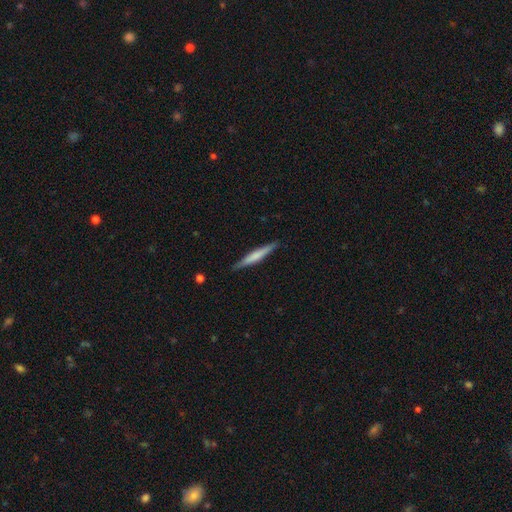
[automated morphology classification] Smooth or featured?
  - smooth: 55% *
  - featured or disk: 40%
  - star or artifact: 5%
How rounded?
  - cigar-shaped: 95% *
  - in between: 4%
  - round: 1%
Merging?
  - none: 89% *
  - minor disturbance: 8%
  - major disturbance: 1%
  - merger: 1%